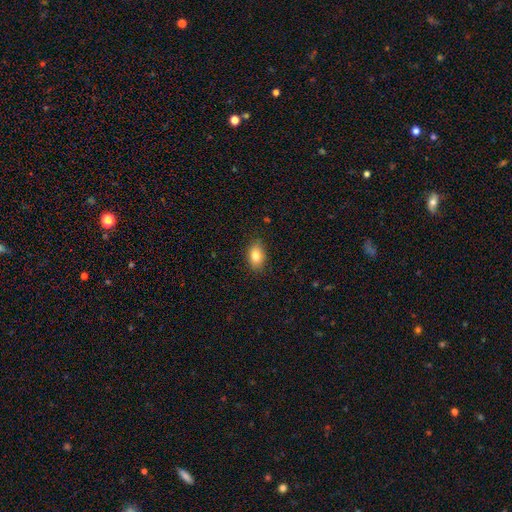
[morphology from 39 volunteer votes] Smooth or featured: smooth — 79% (featured or disk — 13%)
How rounded: in between — 77% (round — 16%)
Merging: none — 83% (minor disturbance — 14%)